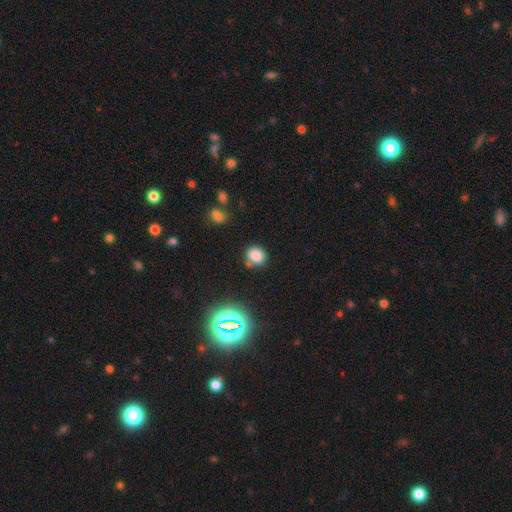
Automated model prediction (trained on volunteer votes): Smooth or featured? Predicted: smooth (p=0.79). How rounded? Predicted: round (p=0.64). Merging? Predicted: none (p=0.75).